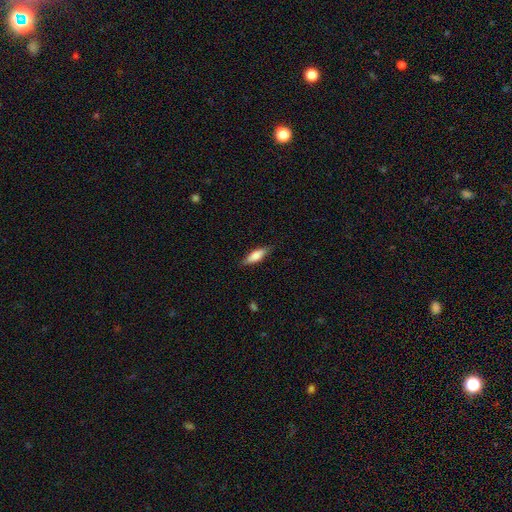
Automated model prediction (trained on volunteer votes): A smooth galaxy with no disk features (73%) that is in between round and cigar-shaped (54%). Merging: none (82%).